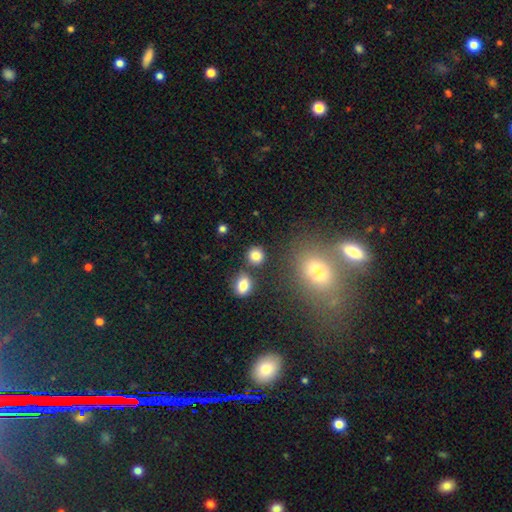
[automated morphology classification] A smooth galaxy with no disk features (84%) that is round (85%). Merging: none (80%).